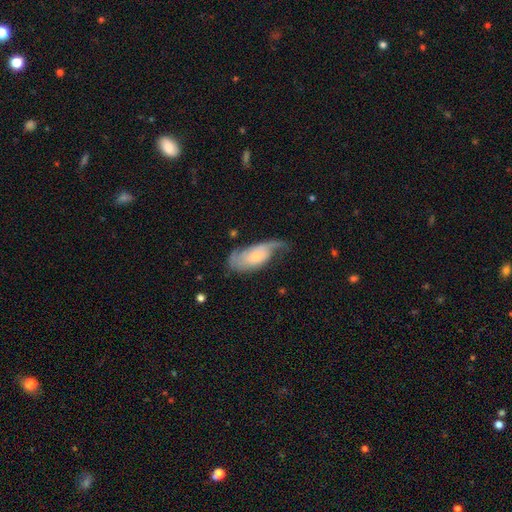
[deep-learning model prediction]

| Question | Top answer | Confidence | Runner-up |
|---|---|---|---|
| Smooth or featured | featured or disk | 63% | smooth (31%) |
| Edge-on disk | no | 92% | yes (8%) |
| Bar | no | 71% | weak (24%) |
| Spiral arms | yes | 86% | no (14%) |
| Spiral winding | loose | 41% | medium (36%) |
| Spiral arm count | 2 | 52% | 1 (27%) |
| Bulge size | small | 65% | moderate (24%) |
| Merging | none | 40% | minor disturbance (30%) |